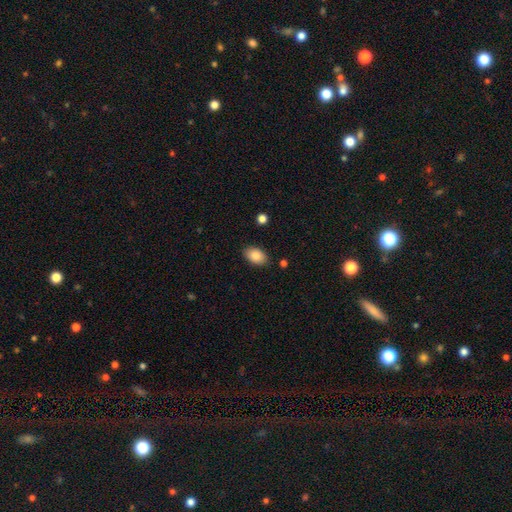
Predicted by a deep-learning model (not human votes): Smooth or featured: smooth — 87% (star or artifact — 7%)
How rounded: in between — 90% (round — 9%)
Merging: none — 85% (minor disturbance — 10%)